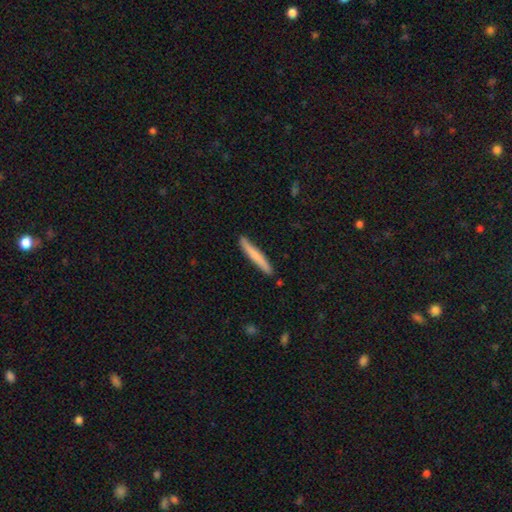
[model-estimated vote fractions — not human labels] Smooth or featured: smooth — 69% (featured or disk — 26%)
How rounded: cigar-shaped — 96% (in between — 3%)
Merging: none — 86% (minor disturbance — 10%)